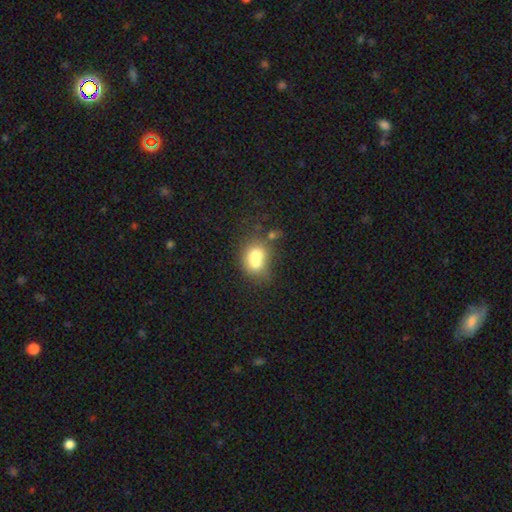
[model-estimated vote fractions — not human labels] Smooth or featured?
  - smooth: 66% *
  - featured or disk: 23%
  - star or artifact: 11%
How rounded?
  - round: 52% *
  - in between: 47%
  - cigar-shaped: 1%
Merging?
  - merger: 61% *
  - none: 24%
  - minor disturbance: 9%
  - major disturbance: 6%